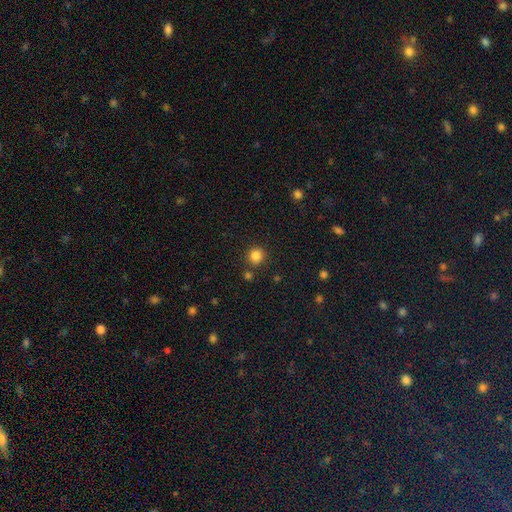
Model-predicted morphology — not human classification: This is clearly a smooth galaxy (84%). How rounded: clearly round (93%). Merging: clearly none (84%).